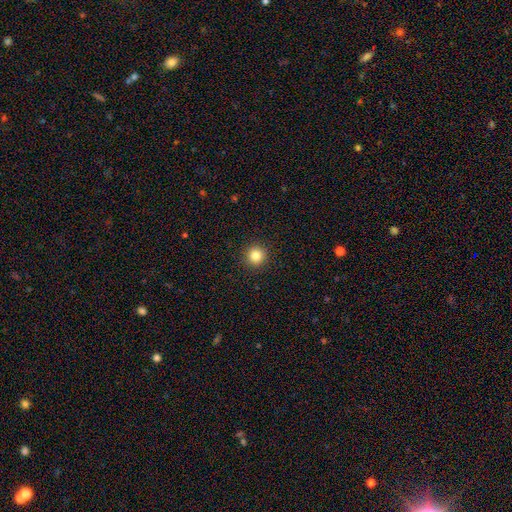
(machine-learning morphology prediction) Smooth or featured? smooth (83%)
How rounded? round (95%)
Merging? none (93%)